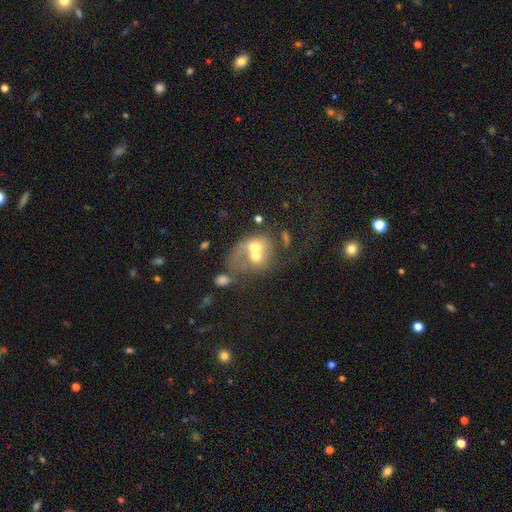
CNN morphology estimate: This appears to be a smooth galaxy with no disk features (46%). Merging: merger (68%).